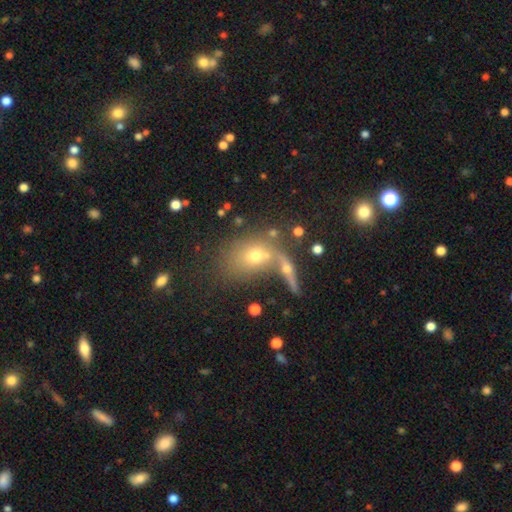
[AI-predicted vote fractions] Morphology: type=smooth (61%); roundness=in between (57%); merging=none (43%).